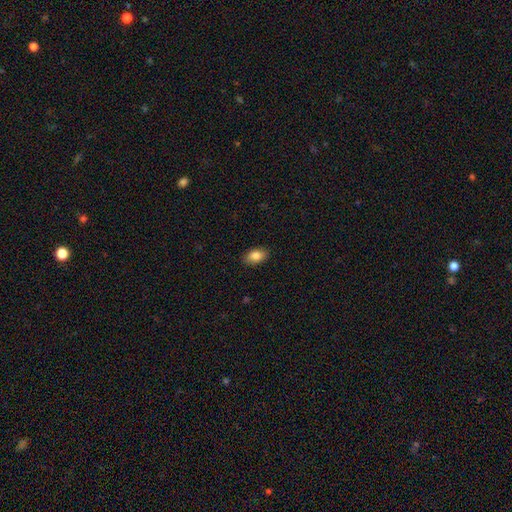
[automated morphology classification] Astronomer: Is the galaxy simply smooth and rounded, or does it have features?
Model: smooth — 85%.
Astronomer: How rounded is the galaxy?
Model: in between — 90%.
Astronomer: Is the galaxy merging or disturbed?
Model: none — 88%.